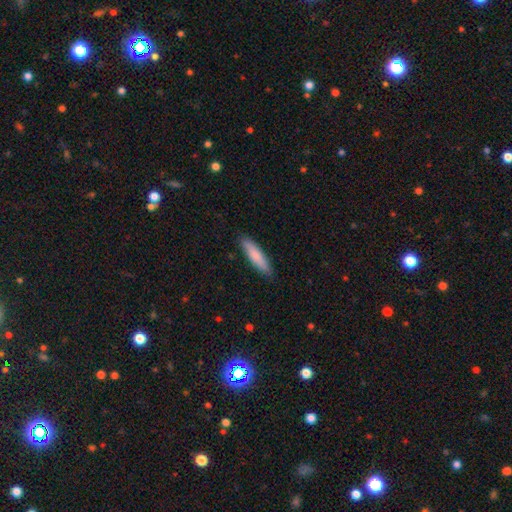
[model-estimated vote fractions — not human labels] smooth-or-featured: smooth: 81% | featured or disk: 14% | star or artifact: 5%
  how-rounded: cigar-shaped: 78% | in between: 21% | round: 1%
  merging: none: 88% | minor disturbance: 9% | major disturbance: 2% | merger: 1%